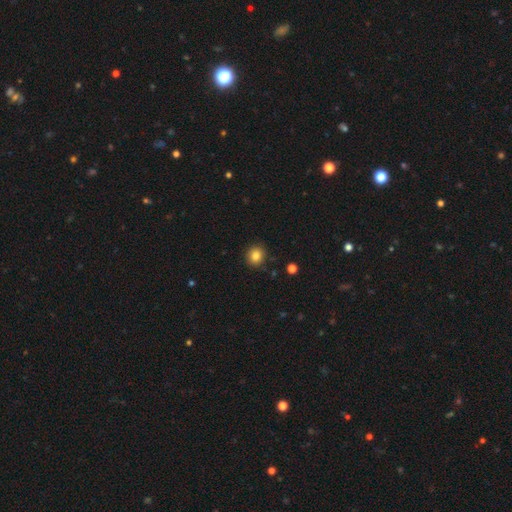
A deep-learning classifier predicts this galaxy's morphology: Overall: smooth (84%). How rounded: round (83%). Merging: none (90%).